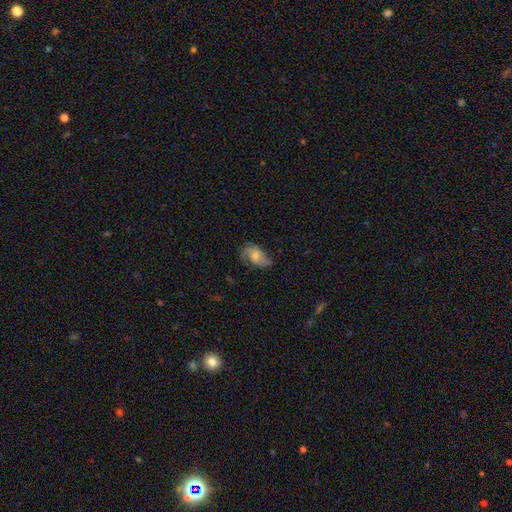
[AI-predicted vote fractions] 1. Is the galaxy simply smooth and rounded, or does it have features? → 60% featured or disk, 32% smooth, 8% star or artifact.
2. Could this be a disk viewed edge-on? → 96% no, 4% yes.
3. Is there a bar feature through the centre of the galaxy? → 66% no, 29% weak, 5% strong.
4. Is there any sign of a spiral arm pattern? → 89% yes, 11% no.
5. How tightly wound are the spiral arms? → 42% medium, 41% loose, 18% tight.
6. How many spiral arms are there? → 77% 2, 10% can't tell, 7% 1, 4% 3, 1% 4, 1% more than 4.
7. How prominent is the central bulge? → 49% moderate, 34% small, 8% large, 7% none, 2% dominant.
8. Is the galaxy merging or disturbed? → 60% none, 24% minor disturbance, 14% major disturbance, 2% merger.